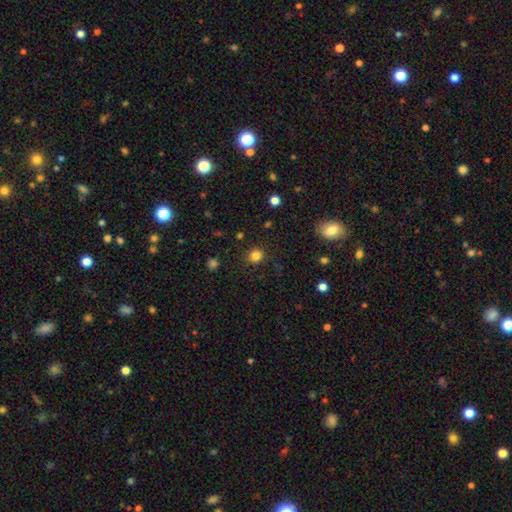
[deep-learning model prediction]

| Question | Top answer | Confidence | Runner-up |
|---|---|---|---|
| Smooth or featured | smooth | 83% | star or artifact (13%) |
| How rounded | round | 88% | in between (11%) |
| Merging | none | 88% | minor disturbance (8%) |